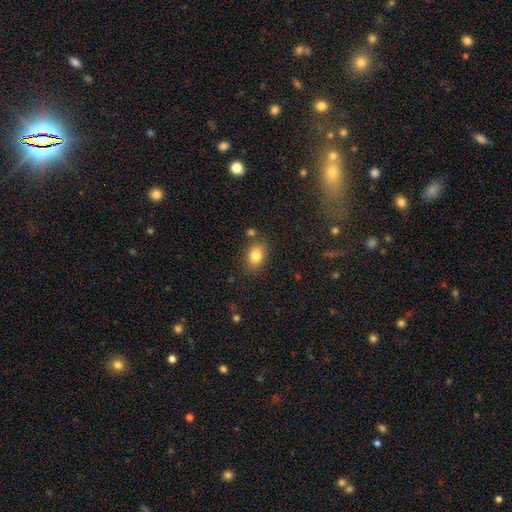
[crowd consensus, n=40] smooth_or_featured: smooth (p=0.90) [alt: star or artifact p=0.07]
how_rounded: in between (p=0.75) [alt: round p=0.19]
merging: none (p=0.89) [alt: minor disturbance p=0.05]